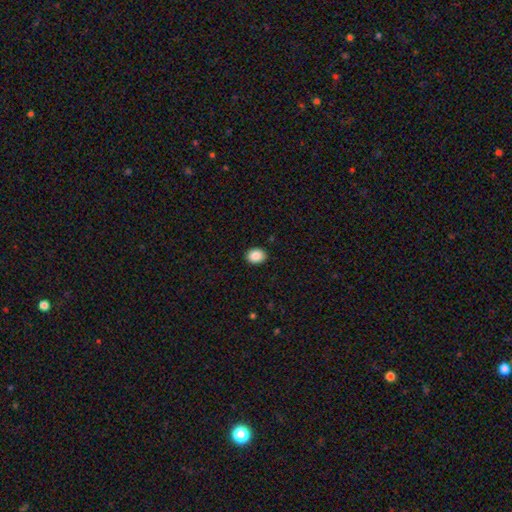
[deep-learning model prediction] Overall: smooth (88%). How rounded: in between (58%; round 41%). Merging: none (91%).